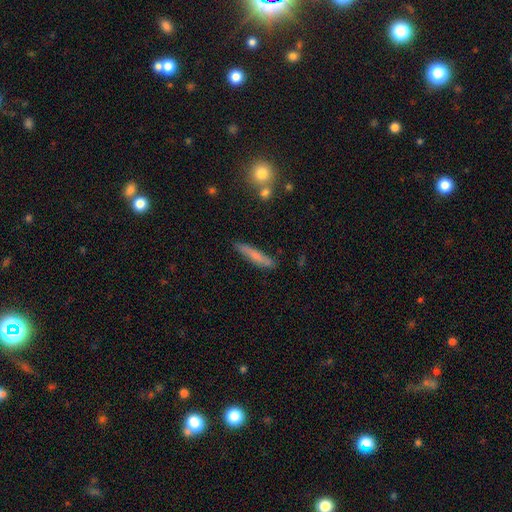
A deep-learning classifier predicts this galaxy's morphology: Q: Smooth or featured?
A: smooth (62%); runner-up: featured or disk (31%)
Q: How rounded?
A: cigar-shaped (89%); runner-up: in between (9%)
Q: Merging?
A: none (82%); runner-up: minor disturbance (13%)